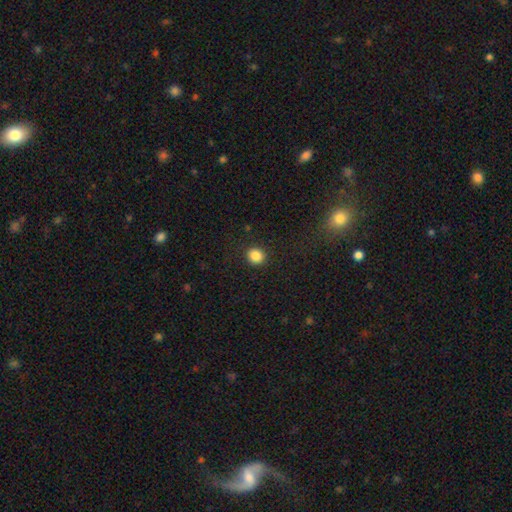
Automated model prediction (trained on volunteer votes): smooth-or-featured: smooth: 86% | star or artifact: 10% | featured or disk: 4%
  how-rounded: round: 86% | in between: 13% | cigar-shaped: 1%
  merging: none: 91% | minor disturbance: 6% | major disturbance: 2% | merger: 1%